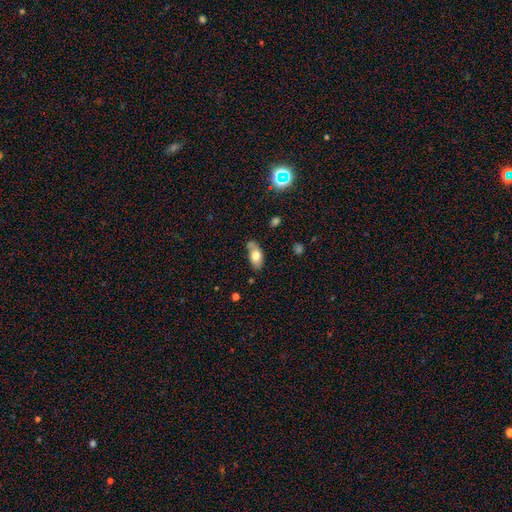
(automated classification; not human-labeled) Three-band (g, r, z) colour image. It shows a smooth galaxy with no disk features (71%) that is in between round and cigar-shaped (88%). Merging: none (64%).